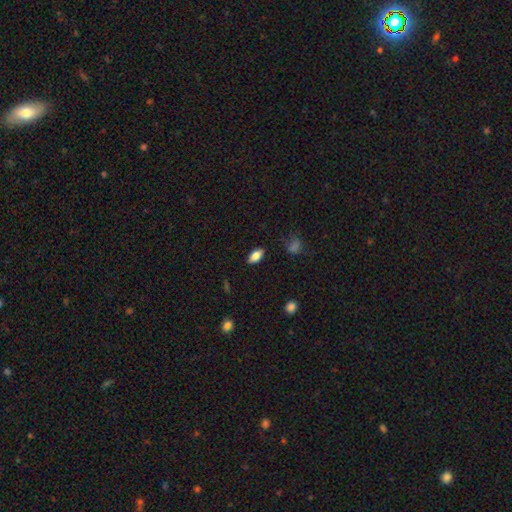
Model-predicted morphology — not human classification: smooth_or_featured: smooth (p=0.78) [alt: featured or disk p=0.13]
how_rounded: in between (p=0.89) [alt: cigar-shaped p=0.07]
merging: none (p=0.86) [alt: minor disturbance p=0.11]